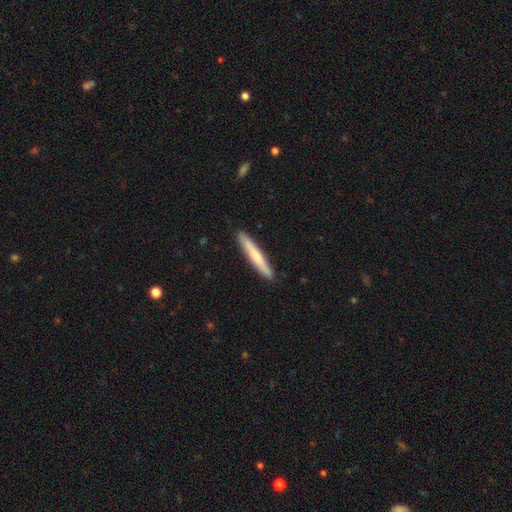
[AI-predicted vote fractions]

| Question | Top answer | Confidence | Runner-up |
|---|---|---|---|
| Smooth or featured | smooth | 65% | featured or disk (30%) |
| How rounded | cigar-shaped | 95% | in between (4%) |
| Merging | none | 91% | minor disturbance (6%) |